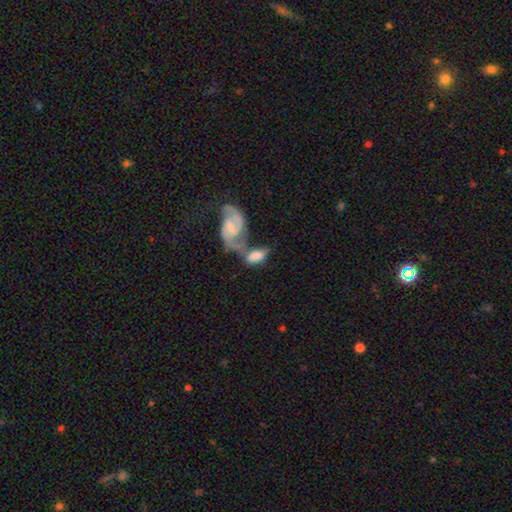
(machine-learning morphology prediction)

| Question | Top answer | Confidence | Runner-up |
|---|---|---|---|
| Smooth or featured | smooth | 55% | featured or disk (38%) |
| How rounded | in between | 90% | cigar-shaped (6%) |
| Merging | merger | 60% | none (20%) |